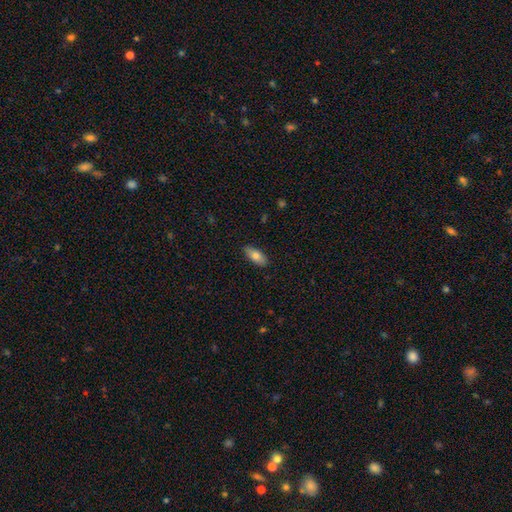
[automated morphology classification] Smooth or featured? Predicted: smooth (p=0.77). How rounded? Predicted: in between (p=0.83). Merging? Predicted: none (p=0.88).